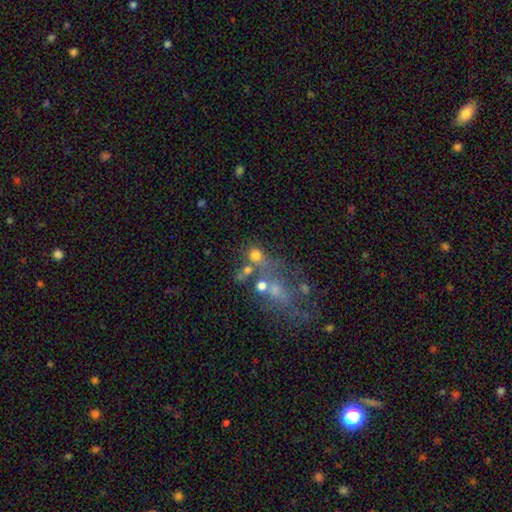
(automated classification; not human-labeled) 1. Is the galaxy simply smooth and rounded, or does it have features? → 65% smooth, 20% star or artifact, 15% featured or disk.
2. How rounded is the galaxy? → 76% round, 22% in between, 2% cigar-shaped.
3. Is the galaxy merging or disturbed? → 46% none, 31% merger, 11% major disturbance, 11% minor disturbance.